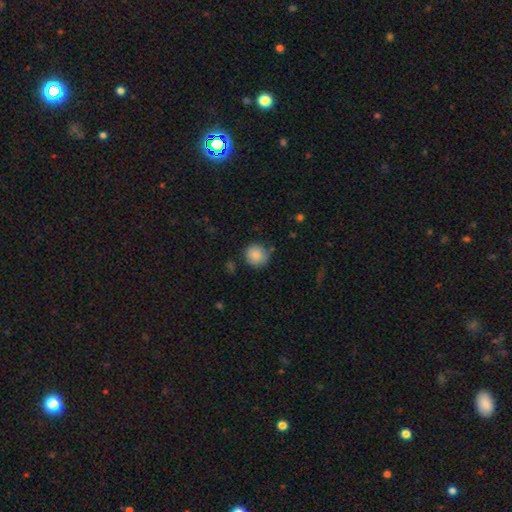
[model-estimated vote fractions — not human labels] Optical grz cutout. It shows a smooth galaxy with no disk features (86%) that is round (92%). Merging: none (80%).